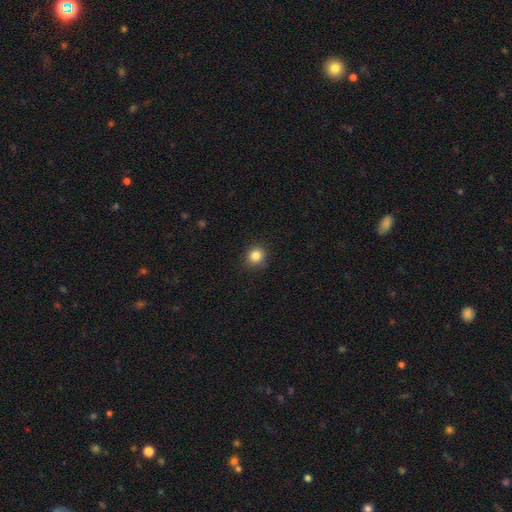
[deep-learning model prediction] The model was most divided on "smooth or featured": smooth: 84%, star or artifact: 11%, featured or disk: 5%. More confident: merging — none (88%); how rounded — round (88%).